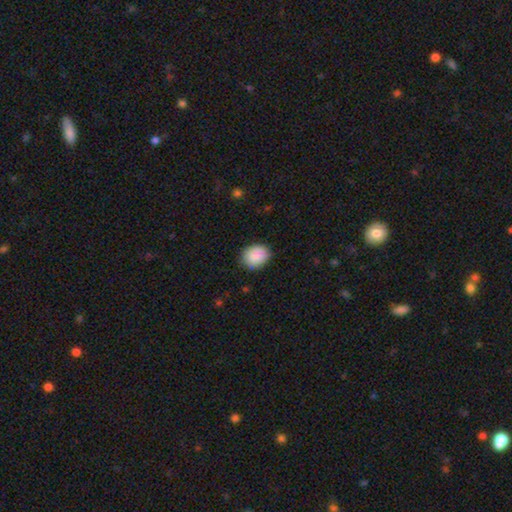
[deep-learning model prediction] smooth_or_featured: smooth (p=0.89) [alt: star or artifact p=0.07]
how_rounded: round (p=0.59) [alt: in between p=0.40]
merging: none (p=0.85) [alt: minor disturbance p=0.11]